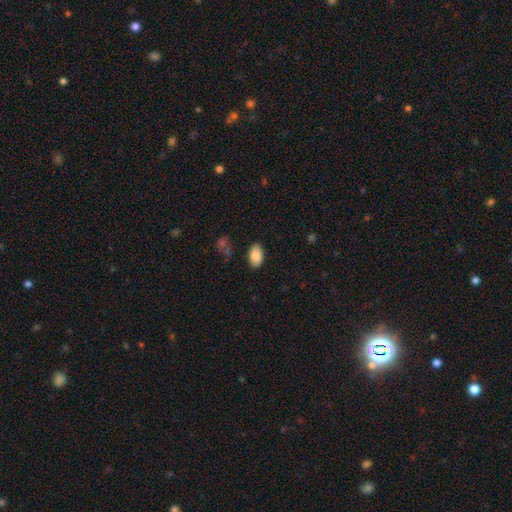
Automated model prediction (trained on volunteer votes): smooth_or_featured: smooth (p=0.85) [alt: featured or disk p=0.08]
how_rounded: in between (p=0.93) [alt: round p=0.05]
merging: none (p=0.83) [alt: minor disturbance p=0.13]